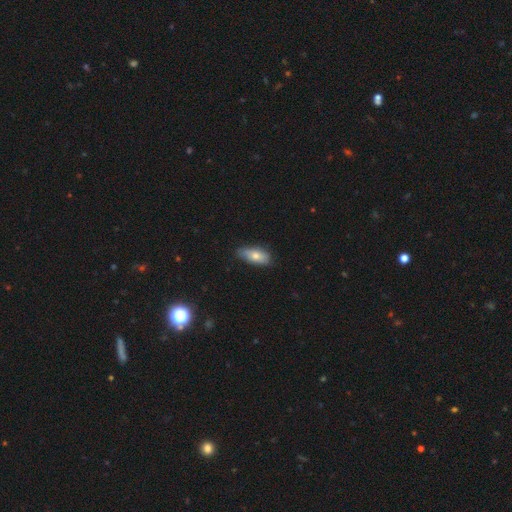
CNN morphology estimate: Smooth or featured? smooth (72%)
How rounded? in between (84%)
Merging? none (75%)